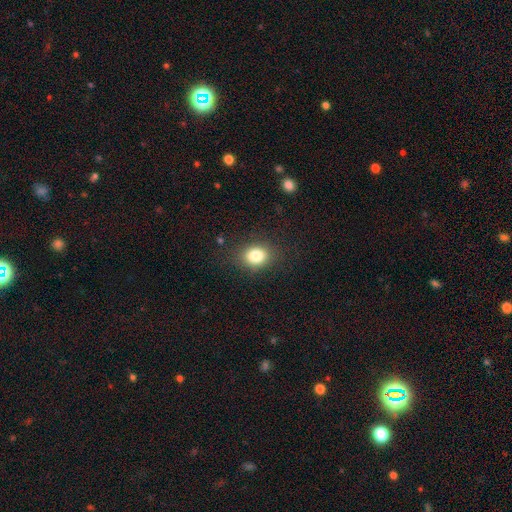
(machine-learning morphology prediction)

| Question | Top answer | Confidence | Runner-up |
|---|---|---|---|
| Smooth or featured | smooth | 83% | star or artifact (10%) |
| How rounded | round | 52% | in between (47%) |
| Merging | none | 84% | minor disturbance (11%) |